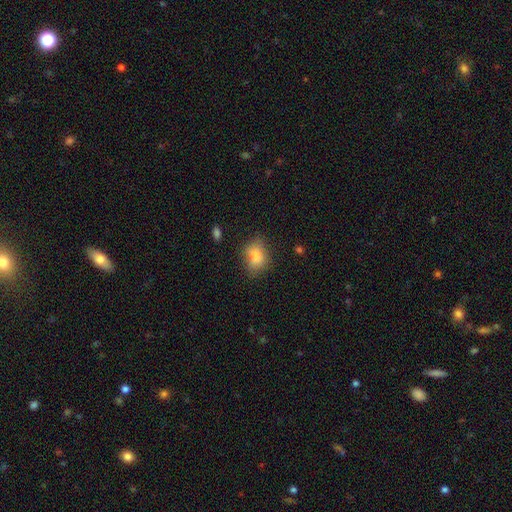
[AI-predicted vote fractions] Overall: smooth (77%). How rounded: in between (71%). Merging: none (57%; minor disturbance 26%).